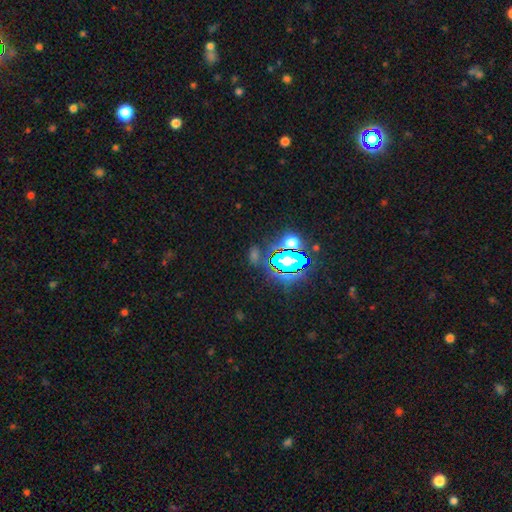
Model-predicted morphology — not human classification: type=star or artifact (71%).